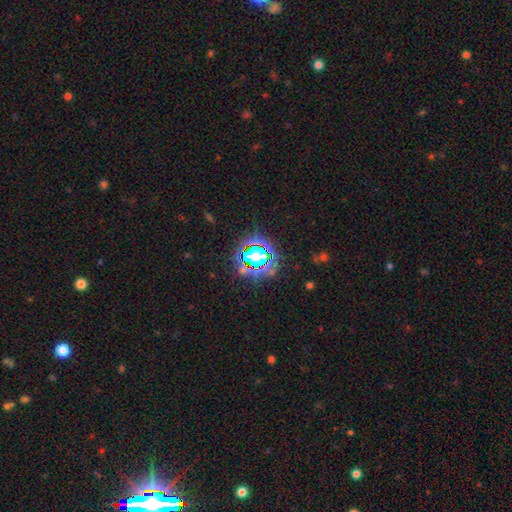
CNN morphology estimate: Smooth or featured? star or artifact (65%)